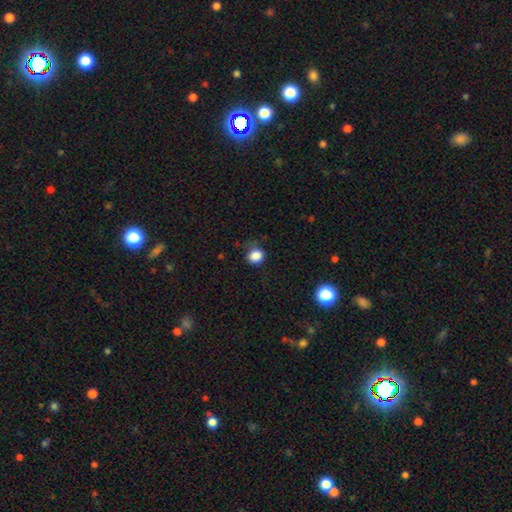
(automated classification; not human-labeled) smooth-or-featured: smooth: 86% | star or artifact: 10% | featured or disk: 4%
  how-rounded: round: 75% | in between: 24% | cigar-shaped: 1%
  merging: none: 69% | minor disturbance: 22% | major disturbance: 7% | merger: 2%